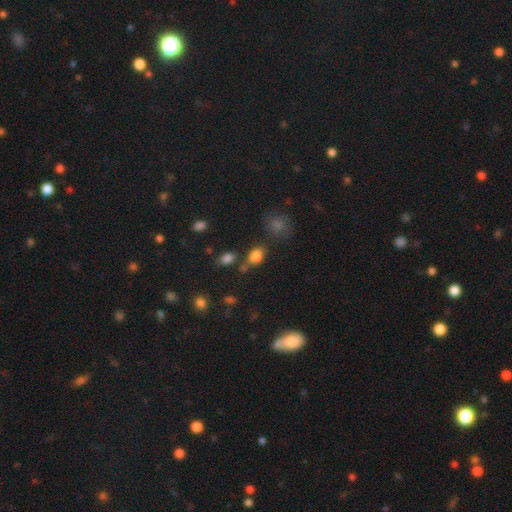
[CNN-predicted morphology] Q: Smooth or featured?
A: smooth (81%); runner-up: star or artifact (13%)
Q: How rounded?
A: in between (69%); runner-up: round (30%)
Q: Merging?
A: none (60%); runner-up: merger (19%)